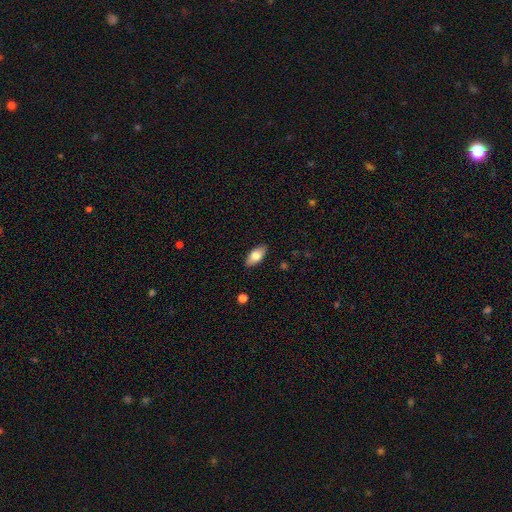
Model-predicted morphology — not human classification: smooth-or-featured: smooth: 76% | featured or disk: 17% | star or artifact: 6%
  how-rounded: in between: 89% | cigar-shaped: 8% | round: 3%
  merging: none: 88% | minor disturbance: 9% | major disturbance: 2% | merger: 1%